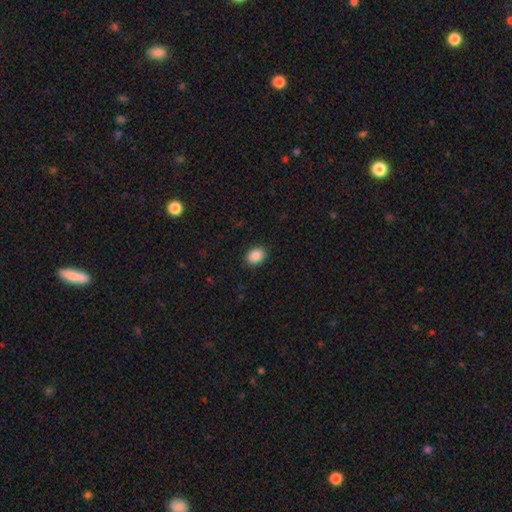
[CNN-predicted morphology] Smooth or featured? Predicted: smooth (p=0.87). How rounded? Predicted: in between (p=0.58). Merging? Predicted: none (p=0.89).